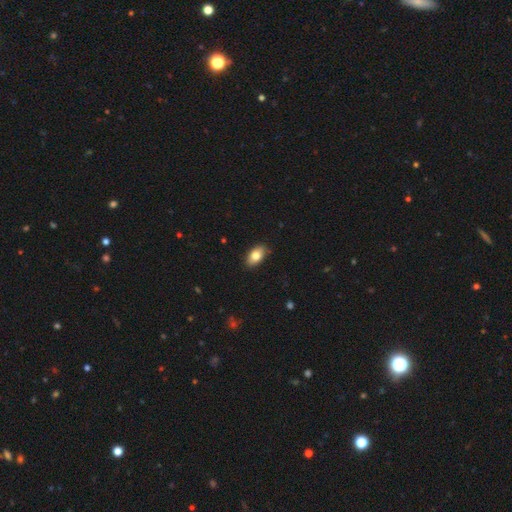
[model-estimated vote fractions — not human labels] Smooth or featured? Predicted: smooth (p=0.80). How rounded? Predicted: in between (p=0.92). Merging? Predicted: none (p=0.87).